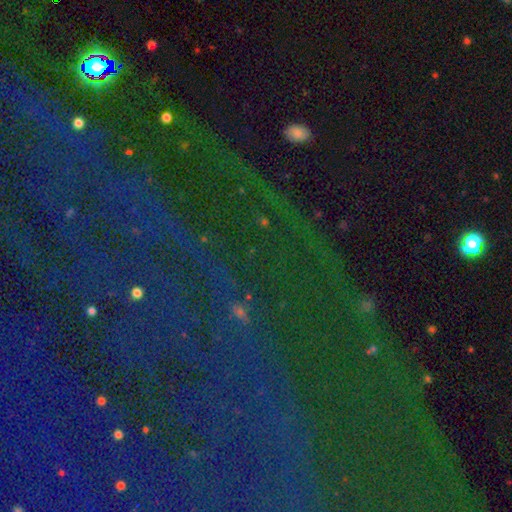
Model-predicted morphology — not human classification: Smooth or featured? Predicted: star or artifact (p=0.83).